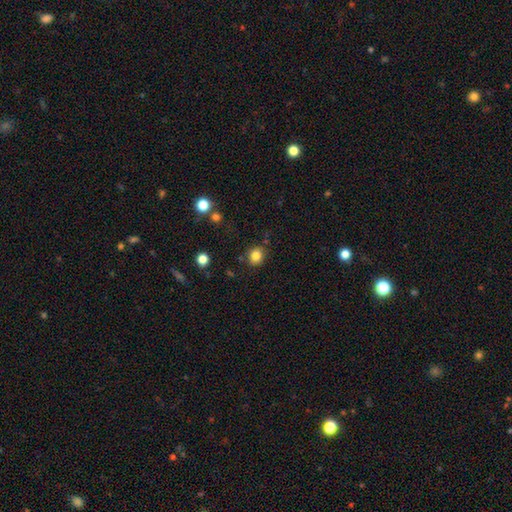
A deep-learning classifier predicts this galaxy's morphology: A smooth galaxy with no disk features (83%) that is round (86%). Merging: none (84%).